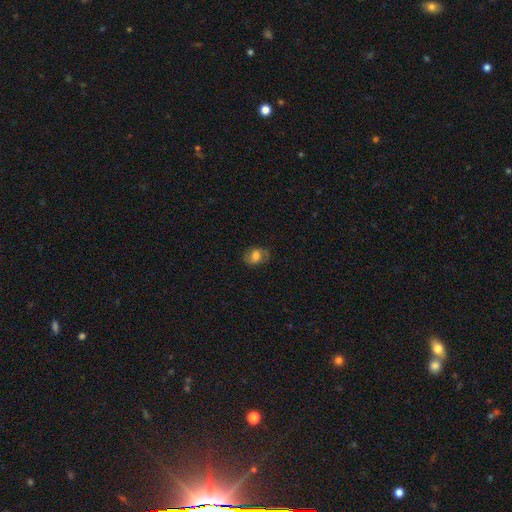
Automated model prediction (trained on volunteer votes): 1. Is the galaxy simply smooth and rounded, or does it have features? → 66% smooth, 24% featured or disk, 10% star or artifact.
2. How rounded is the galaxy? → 69% in between, 30% round, 1% cigar-shaped.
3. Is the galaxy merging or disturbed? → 72% none, 19% minor disturbance, 8% major disturbance, 1% merger.